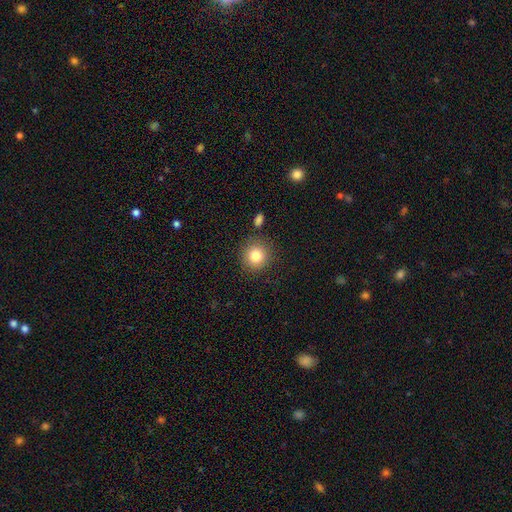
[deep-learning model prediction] Q: Smooth or featured?
A: smooth (82%); runner-up: star or artifact (11%)
Q: How rounded?
A: round (92%); runner-up: in between (8%)
Q: Merging?
A: none (85%); runner-up: minor disturbance (8%)